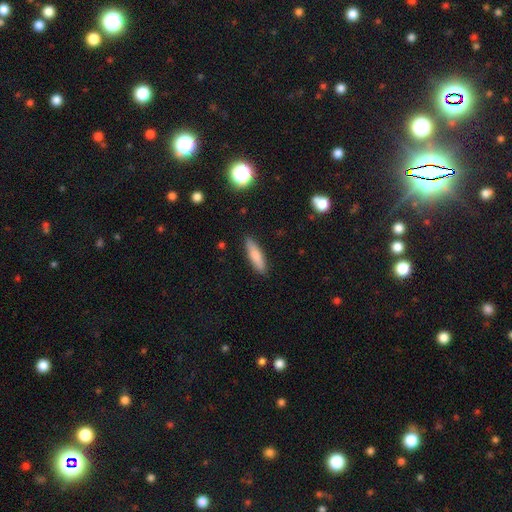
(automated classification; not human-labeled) Smooth or featured? smooth (77%)
How rounded? cigar-shaped (70%)
Merging? none (88%)